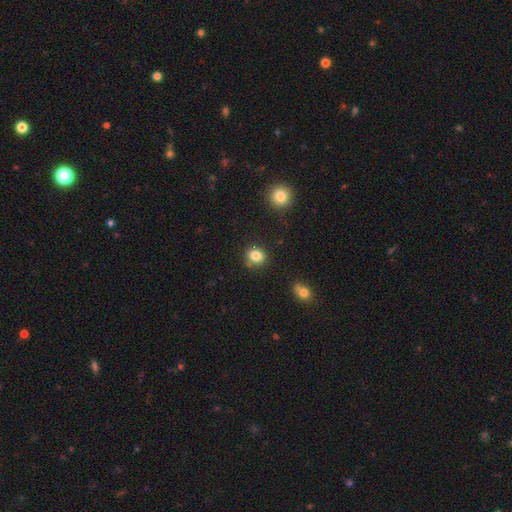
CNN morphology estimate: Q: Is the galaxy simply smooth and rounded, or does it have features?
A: smooth — 83%.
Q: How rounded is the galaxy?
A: round — 71%.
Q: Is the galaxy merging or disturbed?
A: none — 80%.